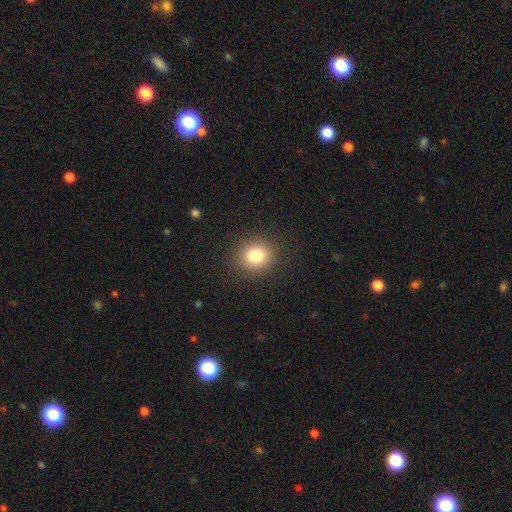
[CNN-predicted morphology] type=smooth (81%); roundness=round (82%); merging=none (90%).